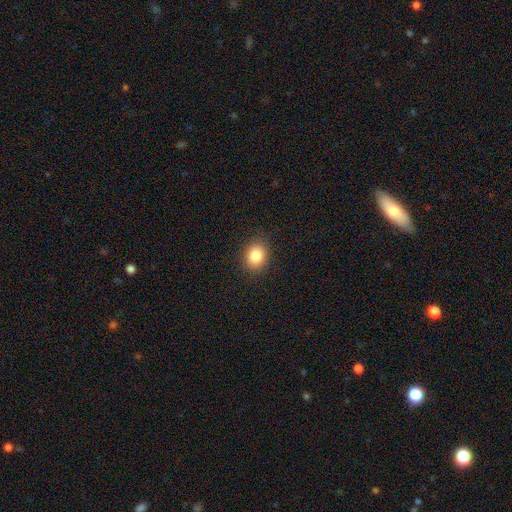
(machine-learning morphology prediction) This is clearly a smooth galaxy (85%). How rounded: possibly round (51%). Merging: clearly none (89%).